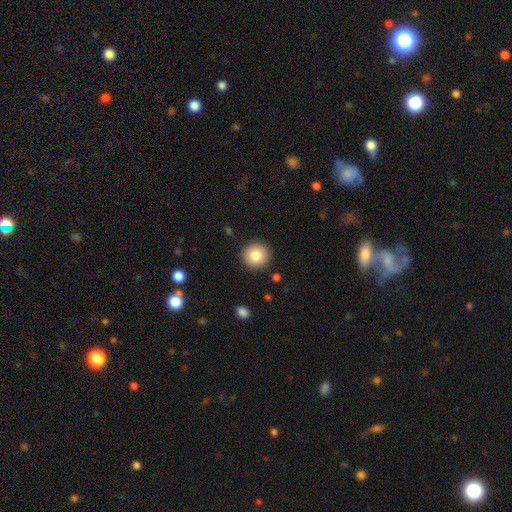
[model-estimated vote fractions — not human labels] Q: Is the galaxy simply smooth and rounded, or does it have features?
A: smooth — 81%.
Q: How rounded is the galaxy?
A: round — 94%.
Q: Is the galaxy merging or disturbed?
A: none — 91%.